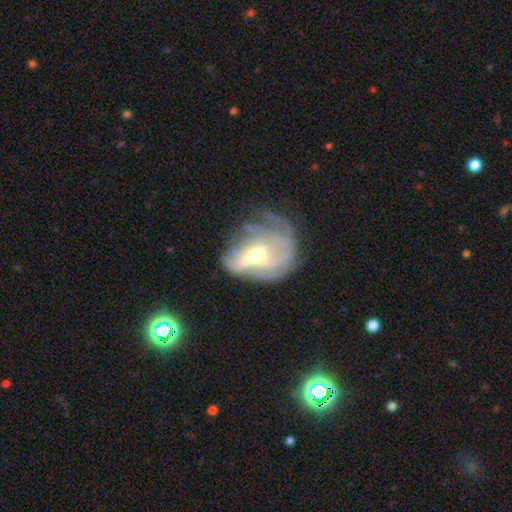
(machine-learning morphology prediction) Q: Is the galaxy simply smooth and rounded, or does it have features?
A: featured or disk — 69%.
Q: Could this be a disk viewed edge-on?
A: no — 95%.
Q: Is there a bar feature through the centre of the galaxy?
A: weak — 42%.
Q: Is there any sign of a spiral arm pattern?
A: yes — 65%.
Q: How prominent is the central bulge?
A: moderate — 63%.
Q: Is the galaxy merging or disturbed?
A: none — 42%.